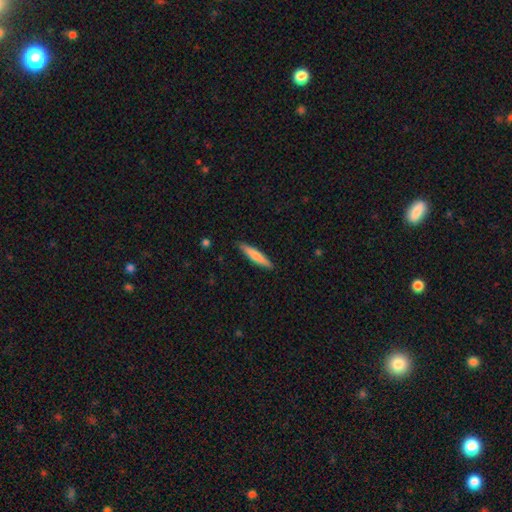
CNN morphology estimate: This is likely a smooth galaxy (72%). How rounded: clearly cigar-shaped (91%). Merging: clearly none (90%).